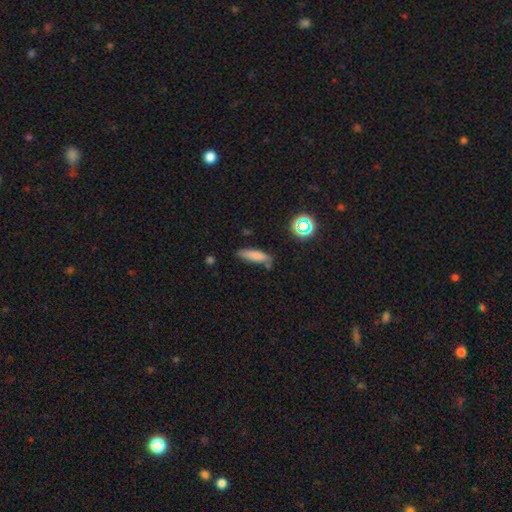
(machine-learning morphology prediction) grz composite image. It shows a smooth galaxy with no disk features (77%) that is cigar-shaped (61%). Merging: none (62%).